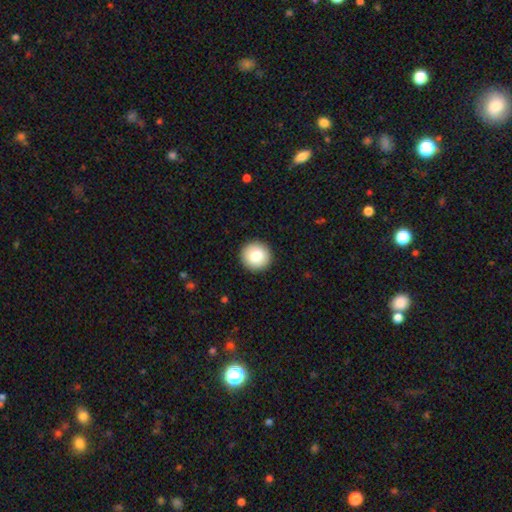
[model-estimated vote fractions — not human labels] A smooth galaxy with no disk features (81%) that is round (94%). Merging: none (92%).